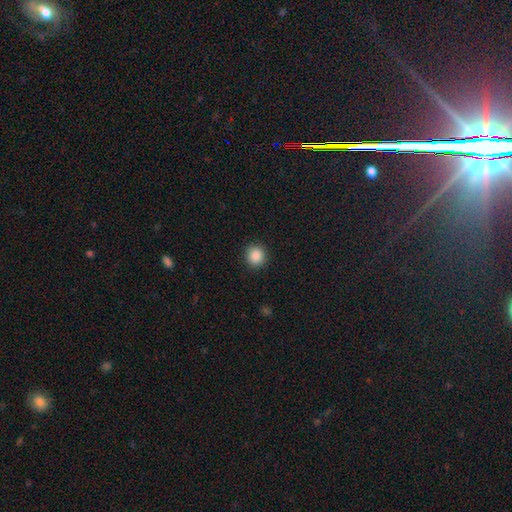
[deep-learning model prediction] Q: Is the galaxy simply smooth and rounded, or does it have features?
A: smooth — 88%.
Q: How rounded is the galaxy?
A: round — 92%.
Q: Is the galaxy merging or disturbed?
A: none — 91%.